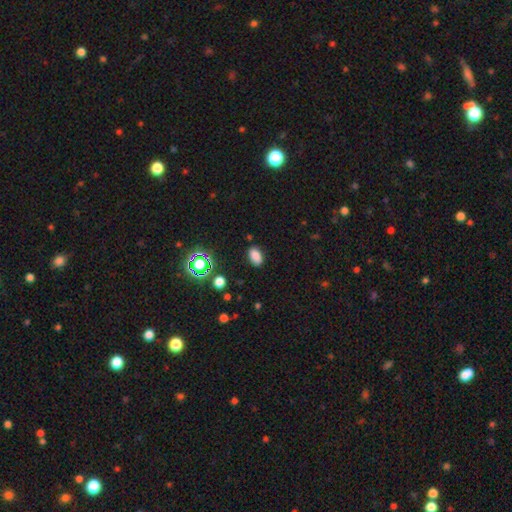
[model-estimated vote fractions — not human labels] smooth 80%, star or artifact 15%, featured or disk 5%. Down the decision tree: how rounded — in between (88%); merging — none (86%).